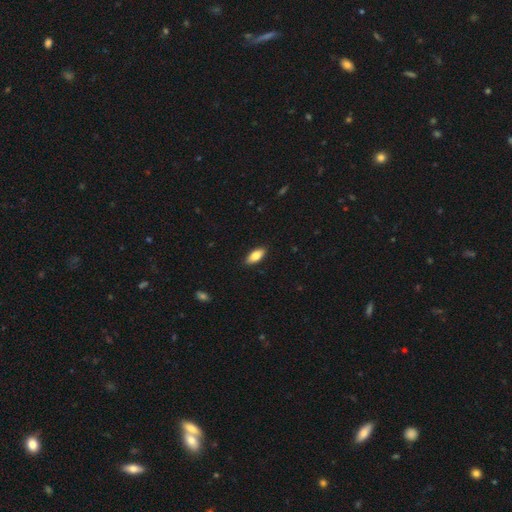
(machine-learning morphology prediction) Smooth or featured? Predicted: smooth (p=0.78). How rounded? Predicted: in between (p=0.82). Merging? Predicted: none (p=0.89).